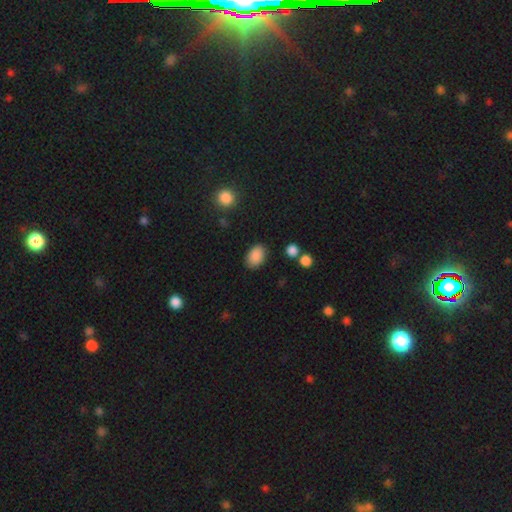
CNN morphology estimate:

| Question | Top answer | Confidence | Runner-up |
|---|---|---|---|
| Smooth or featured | smooth | 88% | star or artifact (8%) |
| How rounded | in between | 86% | round (13%) |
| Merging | none | 84% | minor disturbance (11%) |